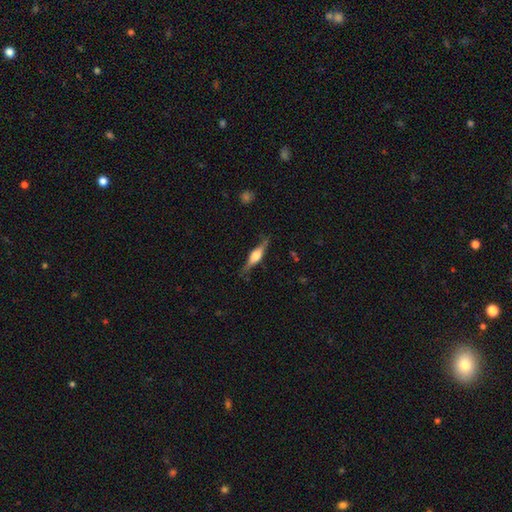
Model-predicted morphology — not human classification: Smooth or featured? featured or disk (70%)
Edge-on disk? yes (96%)
Edge-on bulge? rounded (86%)
Merging? none (81%)